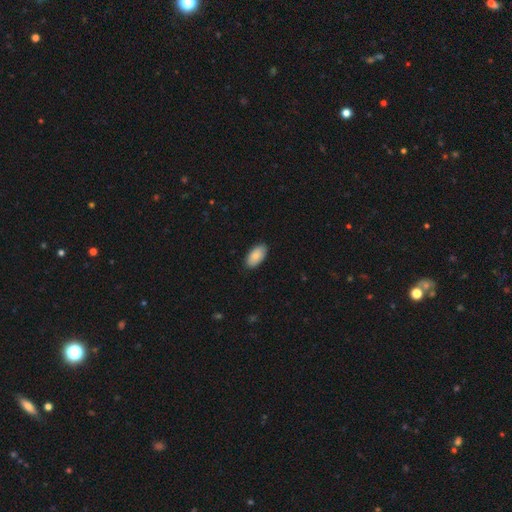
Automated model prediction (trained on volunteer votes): smooth-or-featured: smooth: 88% | featured or disk: 7% | star or artifact: 6%
  how-rounded: in between: 96% | round: 2% | cigar-shaped: 2%
  merging: none: 88% | minor disturbance: 9% | major disturbance: 2% | merger: 1%